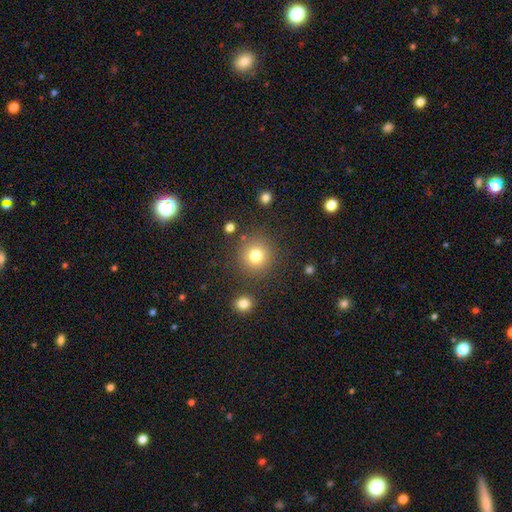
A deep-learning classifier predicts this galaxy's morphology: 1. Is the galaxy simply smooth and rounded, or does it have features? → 80% smooth, 13% star or artifact, 8% featured or disk.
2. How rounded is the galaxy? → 93% round, 6% in between, 1% cigar-shaped.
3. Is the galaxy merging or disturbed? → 84% none, 8% minor disturbance, 4% merger, 3% major disturbance.